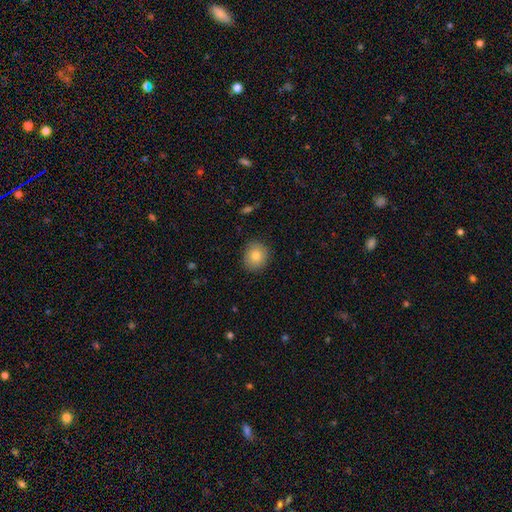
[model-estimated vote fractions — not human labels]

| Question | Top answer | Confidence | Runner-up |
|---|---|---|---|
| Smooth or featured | smooth | 81% | featured or disk (9%) |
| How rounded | round | 75% | in between (24%) |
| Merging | none | 88% | minor disturbance (9%) |